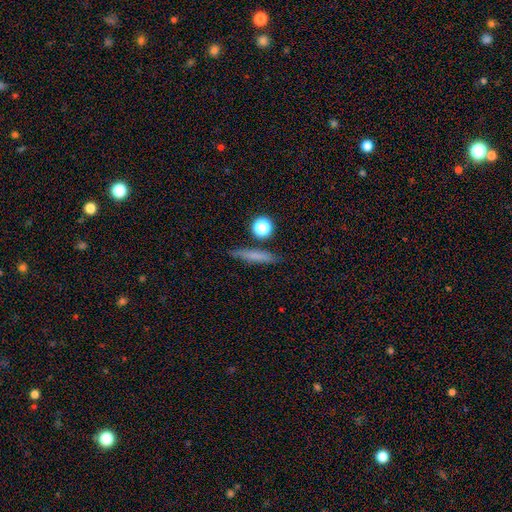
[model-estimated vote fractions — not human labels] Smooth or featured? Predicted: smooth (p=0.68). How rounded? Predicted: cigar-shaped (p=0.81). Merging? Predicted: none (p=0.83).